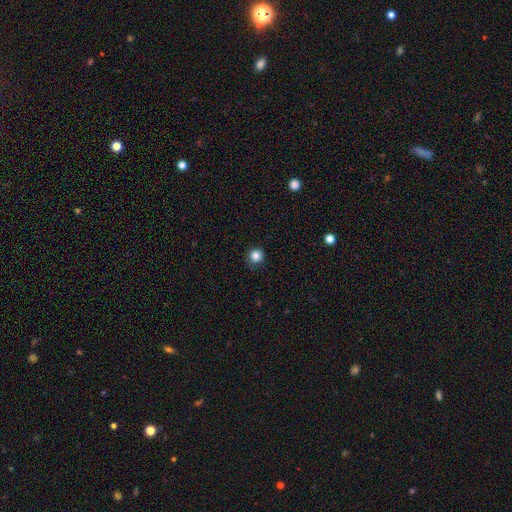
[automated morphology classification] smooth_or_featured: smooth (p=0.84) [alt: star or artifact p=0.12]
how_rounded: round (p=0.93) [alt: in between p=0.07]
merging: none (p=0.87) [alt: minor disturbance p=0.10]